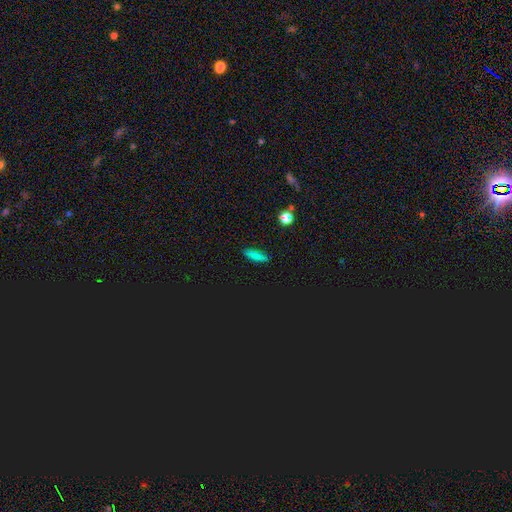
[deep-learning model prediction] Smooth or featured? smooth (76%)
How rounded? cigar-shaped (63%)
Merging? none (88%)